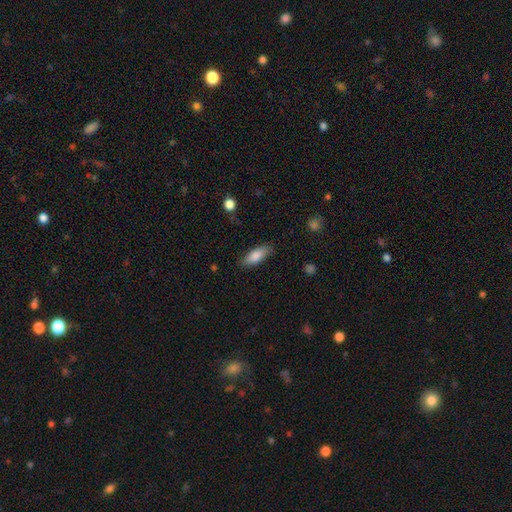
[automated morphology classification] smooth_or_featured: smooth (p=0.85) [alt: featured or disk p=0.09]
how_rounded: in between (p=0.75) [alt: cigar-shaped p=0.23]
merging: none (p=0.82) [alt: minor disturbance p=0.14]